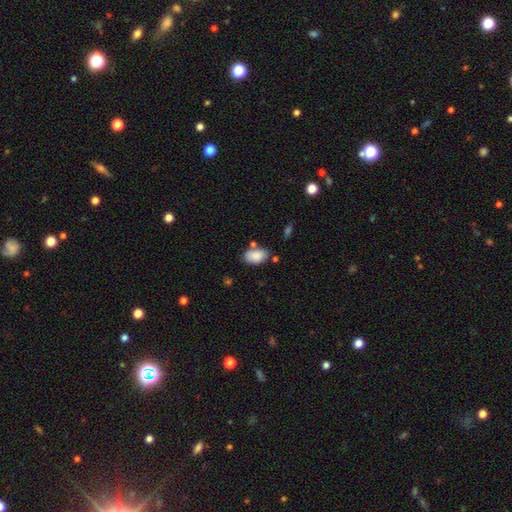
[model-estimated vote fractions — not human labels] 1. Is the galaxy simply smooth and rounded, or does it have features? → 87% smooth, 7% star or artifact, 6% featured or disk.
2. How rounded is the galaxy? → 92% in between, 6% round, 2% cigar-shaped.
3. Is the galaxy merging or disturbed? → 66% none, 18% minor disturbance, 11% merger, 5% major disturbance.